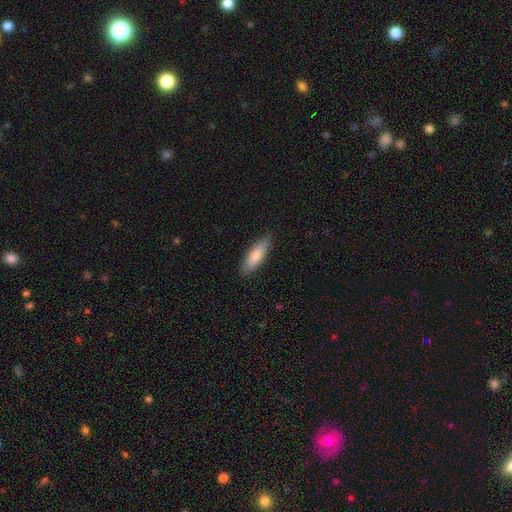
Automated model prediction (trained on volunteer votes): Smooth or featured? smooth (83%)
How rounded? cigar-shaped (49%, tied with in between)
Merging? none (83%)